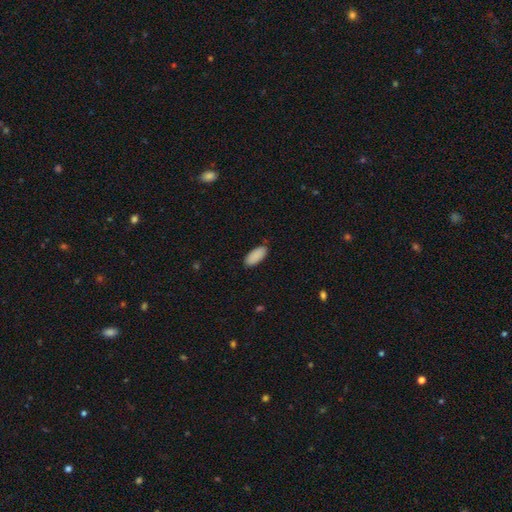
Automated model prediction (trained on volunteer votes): A smooth galaxy with no disk features (90%) that is in between round and cigar-shaped (88%). Merging: none (84%).